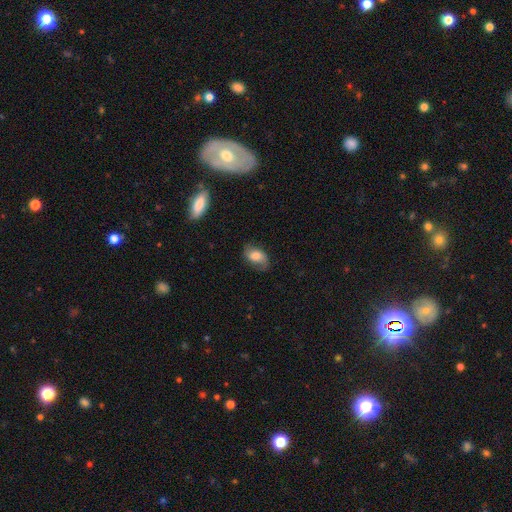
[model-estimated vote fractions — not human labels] This is possibly a smooth galaxy (59%). How rounded: clearly in between (87%). Merging: possibly none (59%).